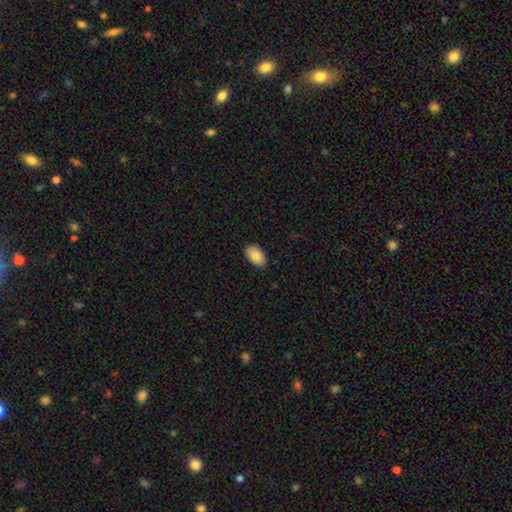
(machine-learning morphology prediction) A smooth galaxy with no disk features (87%) that is in between round and cigar-shaped (93%).

Vote fractions:
- Smooth or featured? smooth: 87% / star or artifact: 7% / featured or disk: 6%
- How rounded? in between: 93% / round: 6% / cigar-shaped: 1%
- Merging? none: 86% / minor disturbance: 11% / major disturbance: 2% / merger: 1%